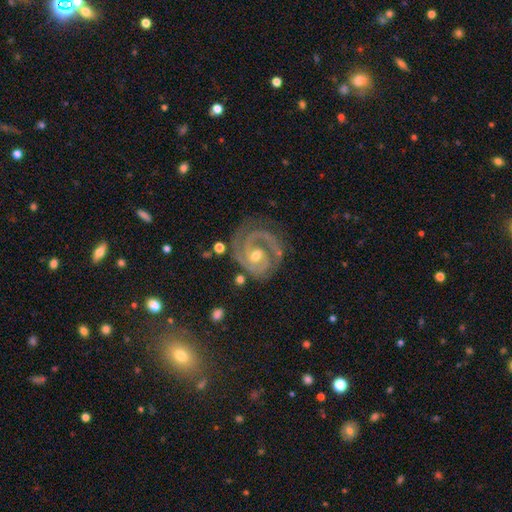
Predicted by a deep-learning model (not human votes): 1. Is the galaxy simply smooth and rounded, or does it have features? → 91% featured or disk, 5% star or artifact, 4% smooth.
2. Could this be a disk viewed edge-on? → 98% no, 2% yes.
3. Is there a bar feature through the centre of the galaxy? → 53% no, 35% weak, 13% strong.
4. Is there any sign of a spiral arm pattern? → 98% yes, 2% no.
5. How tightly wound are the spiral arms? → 62% tight, 33% medium, 5% loose.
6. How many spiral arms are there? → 72% 2, 12% 3, 6% 1, 6% can't tell, 2% 4, 2% more than 4.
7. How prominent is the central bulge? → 60% moderate, 36% small, 2% large, 1% none, 1% dominant.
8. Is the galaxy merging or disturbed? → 71% none, 18% minor disturbance, 8% major disturbance, 3% merger.